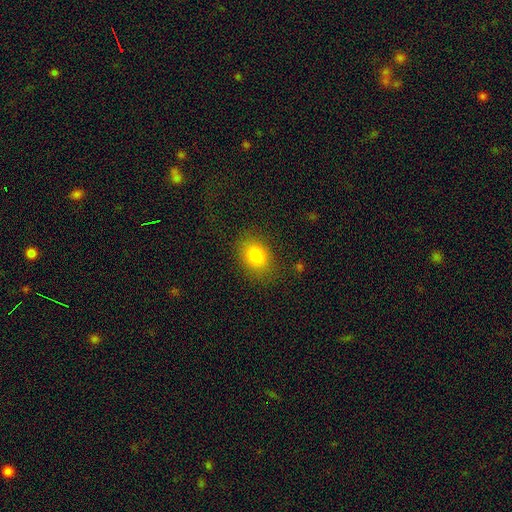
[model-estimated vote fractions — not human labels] Morphology: type=smooth (80%); roundness=in between (65%); merging=none (83%).